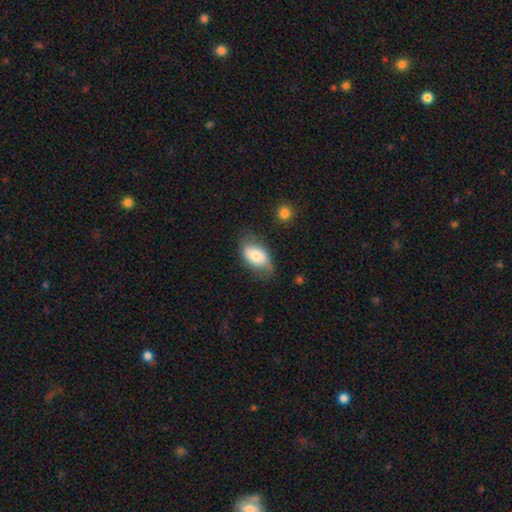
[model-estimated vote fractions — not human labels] smooth-or-featured: smooth: 69% | featured or disk: 24% | star or artifact: 7%
  how-rounded: in between: 91% | round: 7% | cigar-shaped: 2%
  merging: none: 59% | minor disturbance: 29% | major disturbance: 10% | merger: 3%